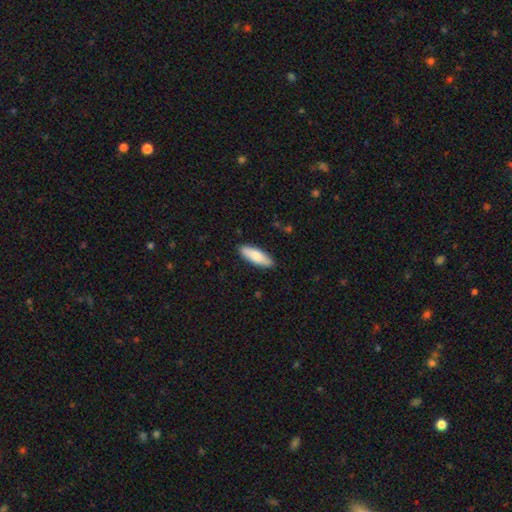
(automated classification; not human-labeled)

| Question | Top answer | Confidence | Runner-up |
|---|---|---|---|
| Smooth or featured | smooth | 81% | featured or disk (14%) |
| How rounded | in between | 53% | cigar-shaped (45%) |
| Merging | none | 88% | minor disturbance (9%) |